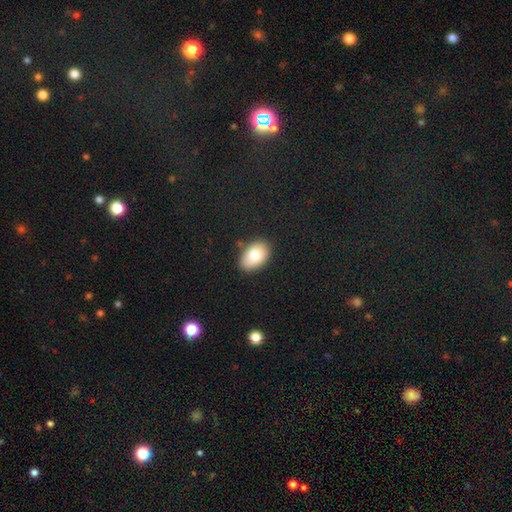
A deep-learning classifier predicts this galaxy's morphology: This is clearly a smooth galaxy (83%). How rounded: clearly in between (90%). Merging: clearly none (81%).